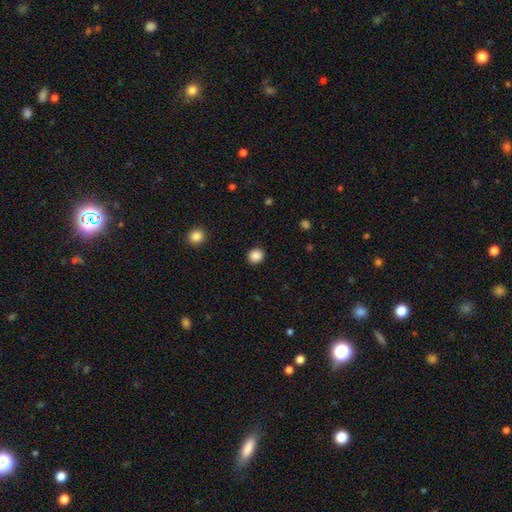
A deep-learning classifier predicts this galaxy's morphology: Q: Smooth or featured?
A: smooth (88%); runner-up: star or artifact (10%)
Q: How rounded?
A: round (85%); runner-up: in between (14%)
Q: Merging?
A: none (91%); runner-up: minor disturbance (6%)